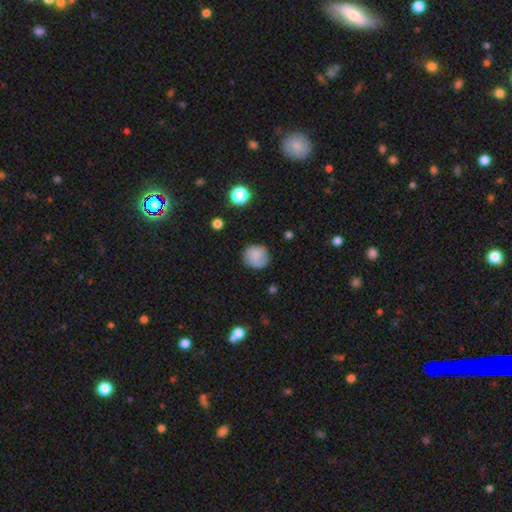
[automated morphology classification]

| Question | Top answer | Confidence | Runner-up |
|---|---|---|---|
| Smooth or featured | smooth | 79% | featured or disk (13%) |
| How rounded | round | 86% | in between (13%) |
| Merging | none | 75% | minor disturbance (18%) |